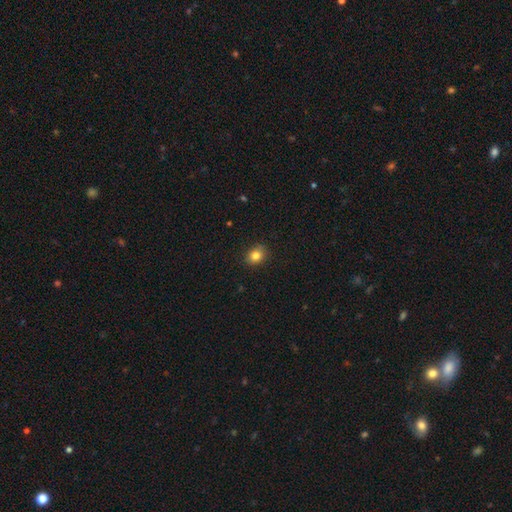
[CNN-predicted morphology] The model was most divided on "how rounded": round: 55%, in between: 44%, cigar-shaped: 1%. More confident: merging — none (88%); smooth or featured — smooth (82%).